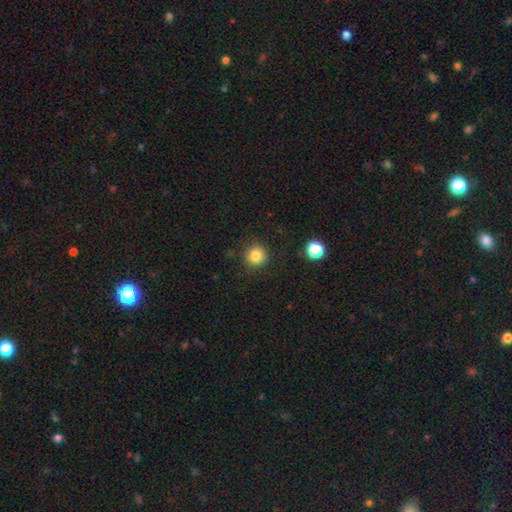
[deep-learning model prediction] Q: Smooth or featured?
A: smooth (83%); runner-up: star or artifact (11%)
Q: How rounded?
A: round (93%); runner-up: in between (7%)
Q: Merging?
A: none (88%); runner-up: minor disturbance (8%)